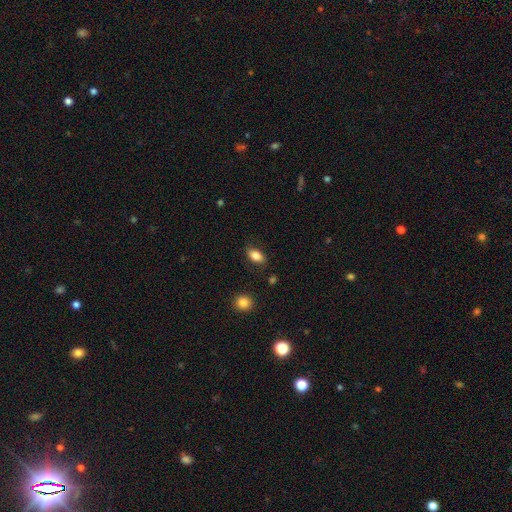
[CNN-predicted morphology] smooth_or_featured: smooth (p=0.84) [alt: star or artifact p=0.08]
how_rounded: in between (p=0.88) [alt: round p=0.09]
merging: none (p=0.83) [alt: minor disturbance p=0.12]